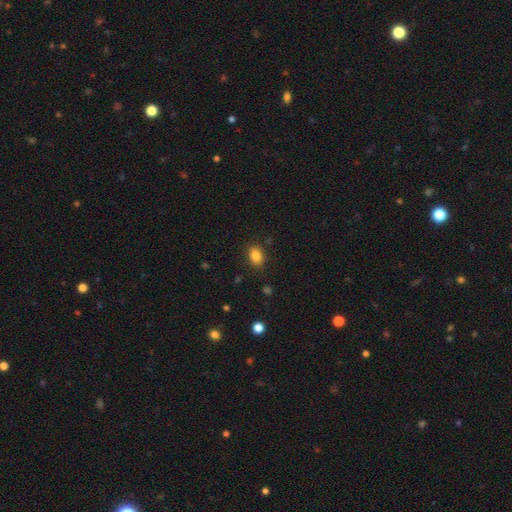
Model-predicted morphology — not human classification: smooth_or_featured: smooth (p=0.84) [alt: star or artifact p=0.10]
how_rounded: in between (p=0.68) [alt: round p=0.31]
merging: none (p=0.86) [alt: minor disturbance p=0.10]